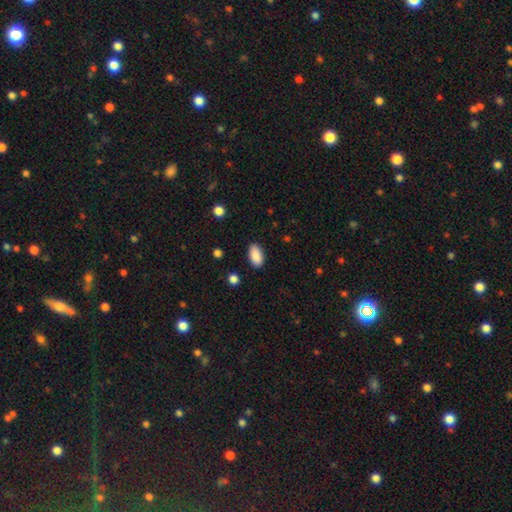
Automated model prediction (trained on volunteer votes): This is clearly a smooth galaxy (89%). How rounded: clearly in between (93%). Merging: clearly none (87%).